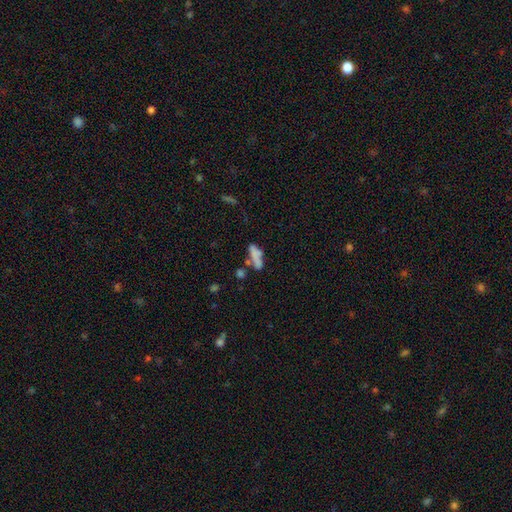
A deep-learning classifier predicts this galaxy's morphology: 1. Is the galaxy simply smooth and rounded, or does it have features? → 67% smooth, 22% featured or disk, 11% star or artifact.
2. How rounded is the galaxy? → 48% in between (tied), 48% cigar-shaped (tied), 4% round.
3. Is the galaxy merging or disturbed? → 42% none, 27% merger, 19% minor disturbance, 12% major disturbance.